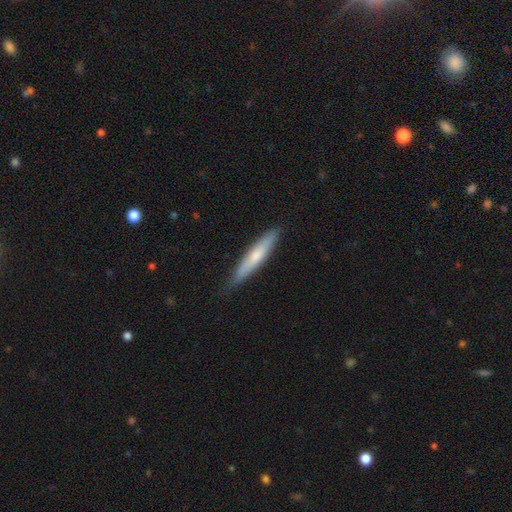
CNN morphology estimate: smooth 59%, featured or disk 36%, star or artifact 6%. Down the decision tree: how rounded — cigar-shaped (91%); merging — none (85%).